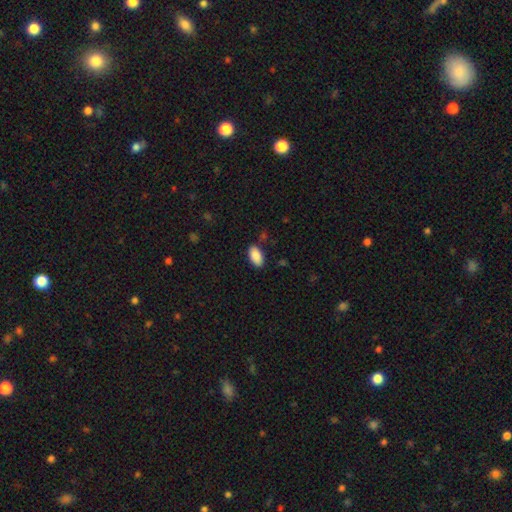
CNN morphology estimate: Q: Smooth or featured?
A: smooth (89%); runner-up: star or artifact (7%)
Q: How rounded?
A: in between (94%); runner-up: cigar-shaped (3%)
Q: Merging?
A: none (84%); runner-up: minor disturbance (11%)